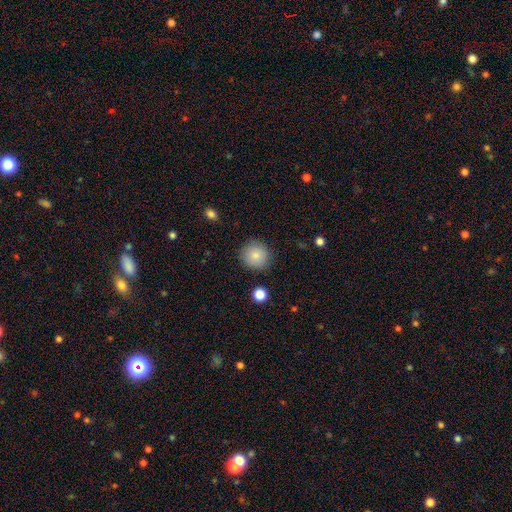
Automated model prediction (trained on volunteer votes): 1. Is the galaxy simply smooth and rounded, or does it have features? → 84% smooth, 9% star or artifact, 7% featured or disk.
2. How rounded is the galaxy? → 92% round, 7% in between, 1% cigar-shaped.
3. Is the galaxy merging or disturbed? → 88% none, 8% minor disturbance, 2% major disturbance, 2% merger.